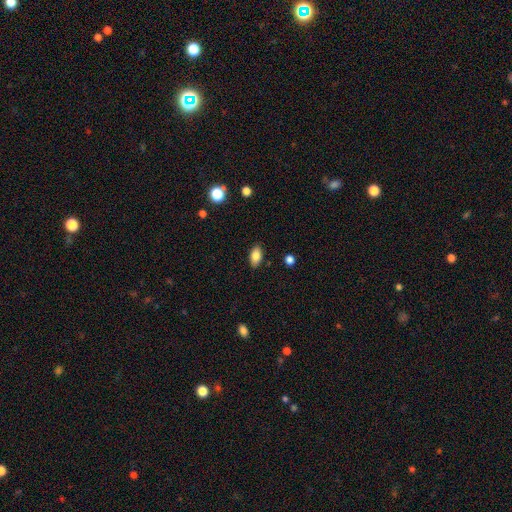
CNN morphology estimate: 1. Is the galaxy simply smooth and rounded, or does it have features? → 84% smooth, 8% star or artifact, 8% featured or disk.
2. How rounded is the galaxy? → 91% in between, 6% round, 3% cigar-shaped.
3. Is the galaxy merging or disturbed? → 87% none, 10% minor disturbance, 2% major disturbance, 1% merger.